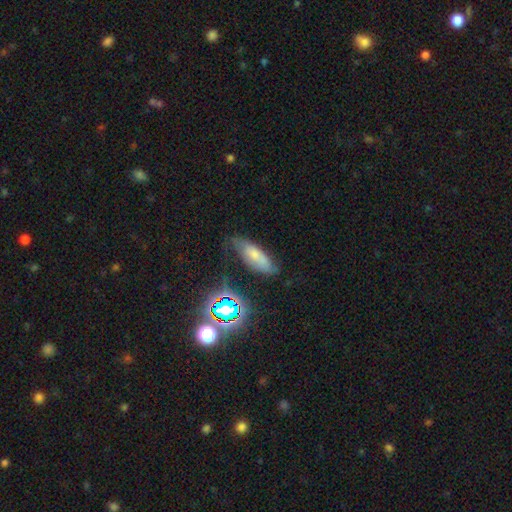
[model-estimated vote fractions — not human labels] Smooth or featured?
  - smooth: 60% *
  - featured or disk: 24%
  - star or artifact: 15%
How rounded?
  - in between: 68% *
  - cigar-shaped: 29%
  - round: 3%
Merging?
  - none: 57% *
  - minor disturbance: 29%
  - major disturbance: 11%
  - merger: 3%